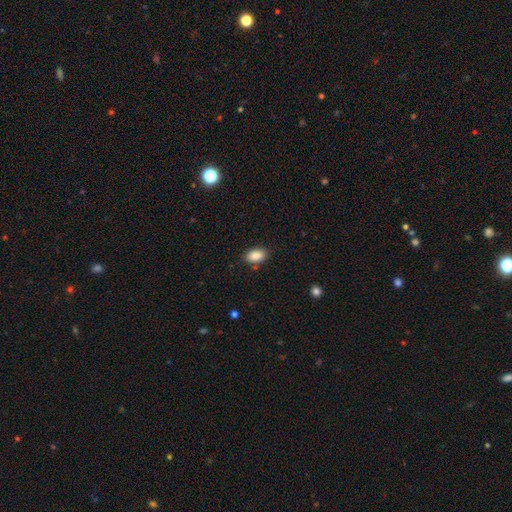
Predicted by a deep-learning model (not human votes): Smooth or featured? Predicted: smooth (p=0.89). How rounded? Predicted: in between (p=0.91). Merging? Predicted: none (p=0.85).